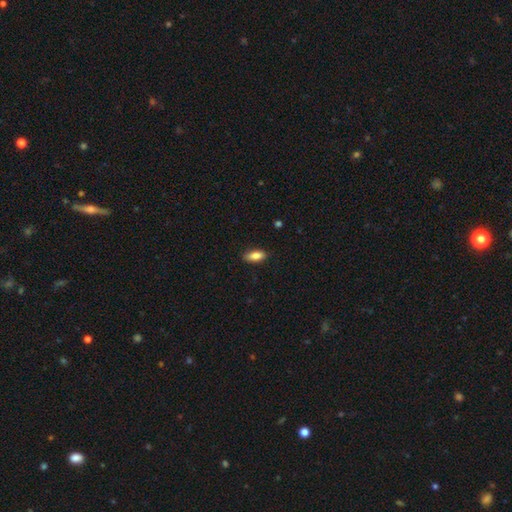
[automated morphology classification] Q: Smooth or featured?
A: smooth (86%); runner-up: featured or disk (8%)
Q: How rounded?
A: in between (84%); runner-up: cigar-shaped (13%)
Q: Merging?
A: none (85%); runner-up: minor disturbance (12%)